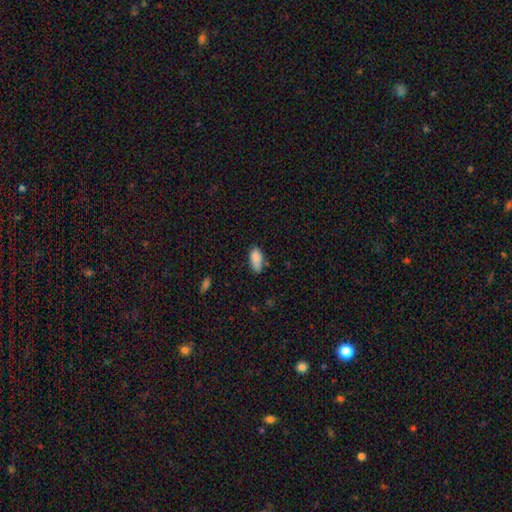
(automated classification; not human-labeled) Morphology: type=smooth (87%); roundness=in between (89%); merging=none (67%).